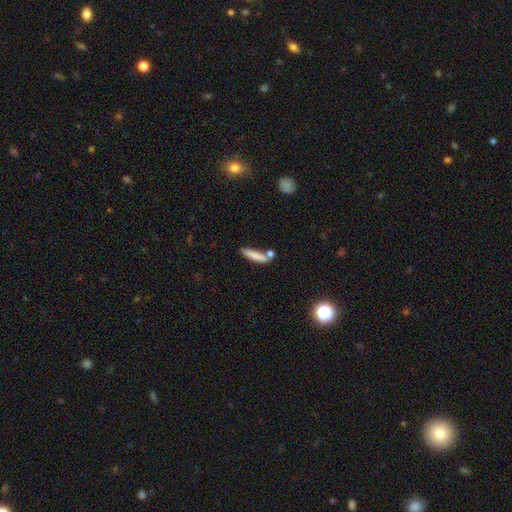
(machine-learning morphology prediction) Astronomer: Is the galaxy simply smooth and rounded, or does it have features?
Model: smooth — 79%.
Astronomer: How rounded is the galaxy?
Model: cigar-shaped — 83%.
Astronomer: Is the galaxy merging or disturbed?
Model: none — 66%.